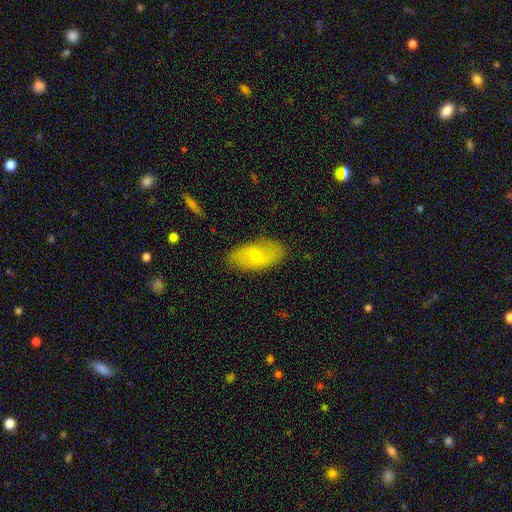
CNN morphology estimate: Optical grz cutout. It shows a featured or disk galaxy (52%). Merging: none (82%).